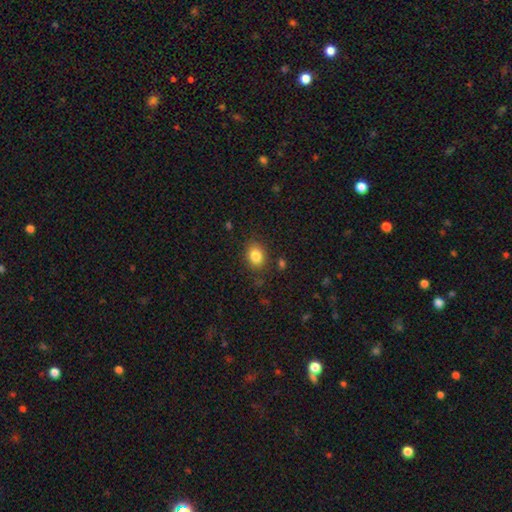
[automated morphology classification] smooth-or-featured: smooth: 84% | star or artifact: 9% | featured or disk: 7%
  how-rounded: in between: 67% | round: 32% | cigar-shaped: 1%
  merging: none: 84% | minor disturbance: 11% | major disturbance: 3% | merger: 2%